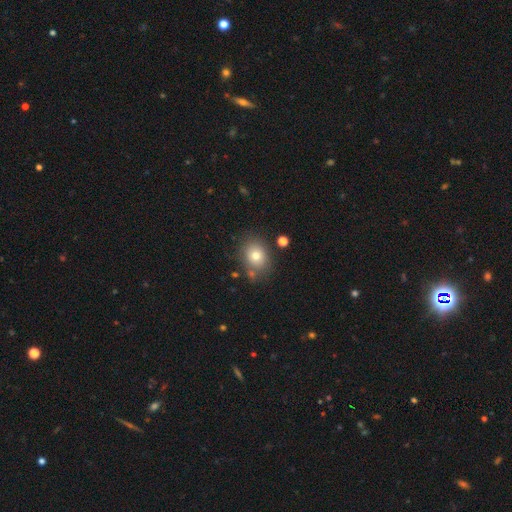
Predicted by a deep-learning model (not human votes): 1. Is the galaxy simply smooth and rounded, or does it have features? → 76% smooth, 12% featured or disk, 12% star or artifact.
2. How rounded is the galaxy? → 52% round, 47% in between, 1% cigar-shaped.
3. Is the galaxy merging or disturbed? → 77% none, 13% minor disturbance, 6% merger, 4% major disturbance.